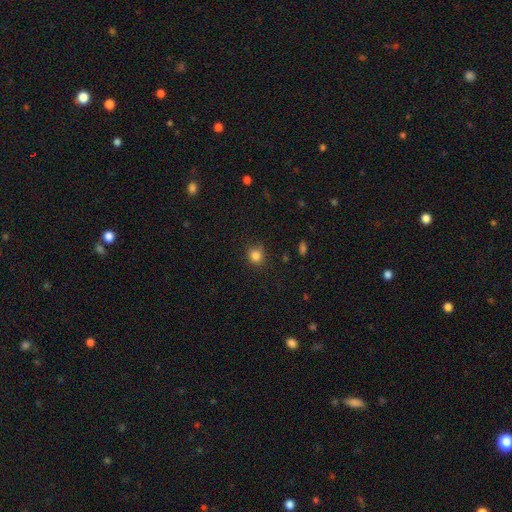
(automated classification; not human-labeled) Smooth or featured: smooth — 83% (star or artifact — 12%)
How rounded: round — 85% (in between — 14%)
Merging: none — 80% (minor disturbance — 15%)